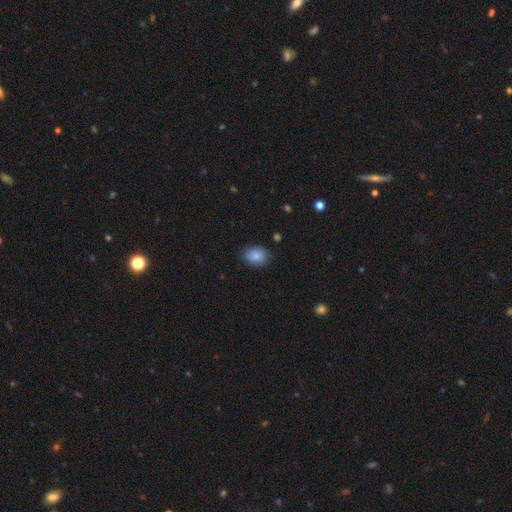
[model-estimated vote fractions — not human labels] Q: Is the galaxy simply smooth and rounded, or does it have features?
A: smooth — 84%.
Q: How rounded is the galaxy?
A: in between — 64%.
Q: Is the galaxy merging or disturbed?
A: none — 82%.